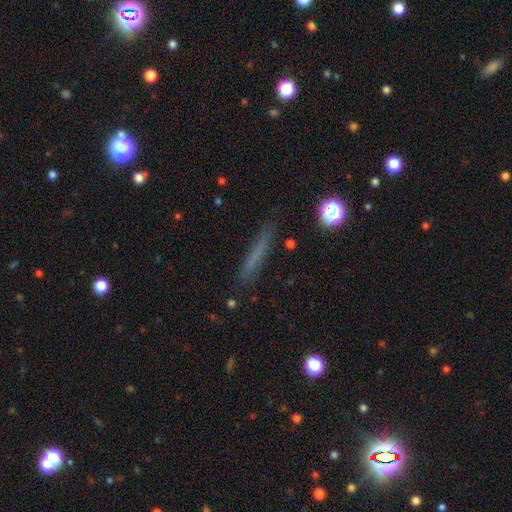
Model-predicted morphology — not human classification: smooth_or_featured: smooth (p=0.64) [alt: featured or disk p=0.25]
how_rounded: cigar-shaped (p=0.93) [alt: in between p=0.05]
merging: none (p=0.84) [alt: minor disturbance p=0.11]